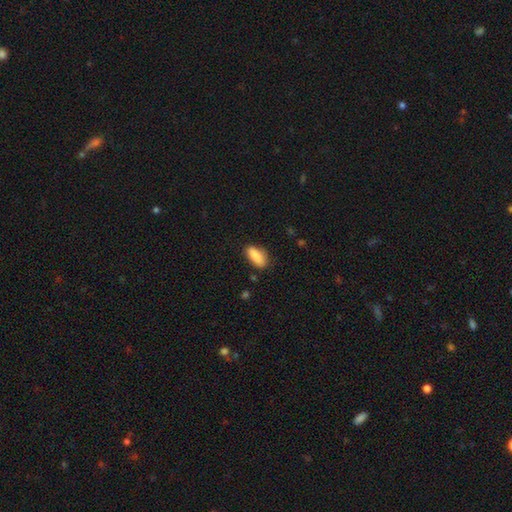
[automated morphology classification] Smooth or featured?
  - smooth: 87% *
  - star or artifact: 7%
  - featured or disk: 6%
How rounded?
  - in between: 81% *
  - cigar-shaped: 16%
  - round: 3%
Merging?
  - none: 73% *
  - minor disturbance: 20%
  - major disturbance: 4%
  - merger: 3%